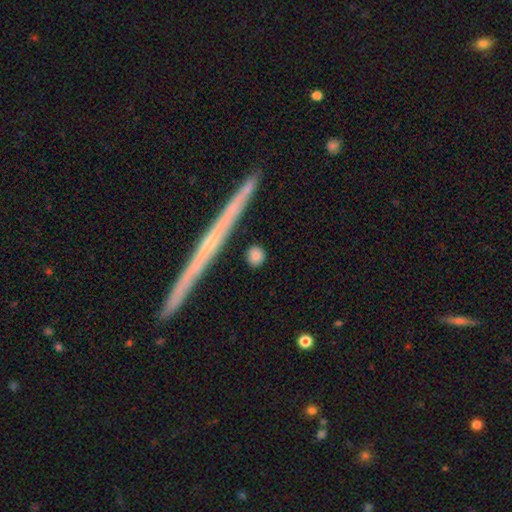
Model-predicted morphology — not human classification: This is clearly a smooth galaxy (82%). How rounded: clearly round (82%). Merging: clearly none (88%).